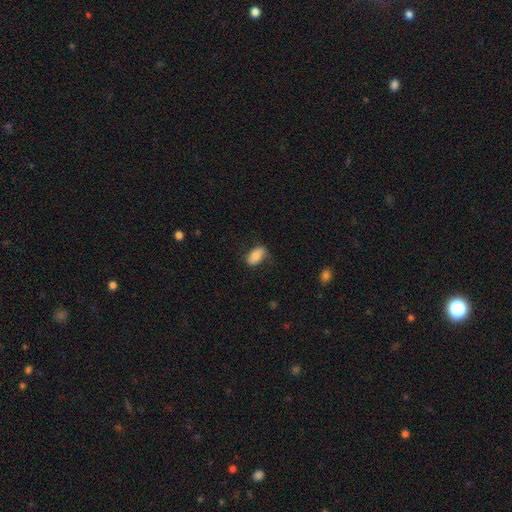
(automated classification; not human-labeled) smooth-or-featured: smooth: 78% | featured or disk: 15% | star or artifact: 7%
  how-rounded: in between: 92% | round: 4% | cigar-shaped: 4%
  merging: none: 72% | minor disturbance: 21% | major disturbance: 6% | merger: 1%